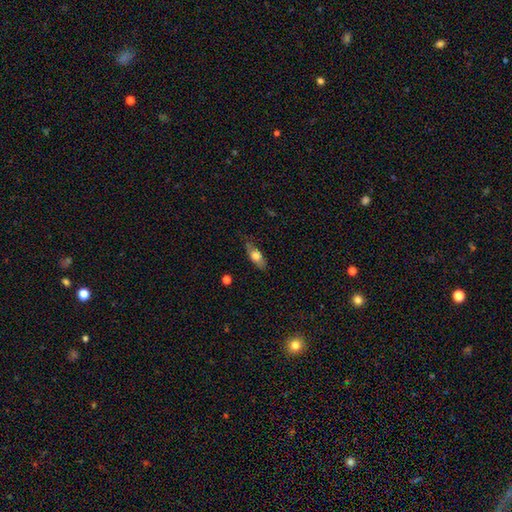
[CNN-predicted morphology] type=smooth (63%); roundness=in between (69%); merging=none (71%).